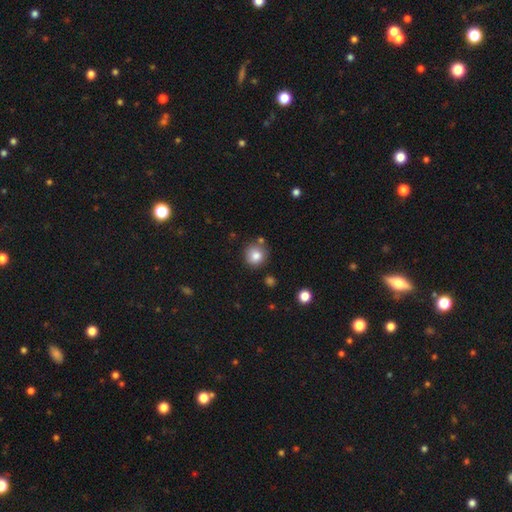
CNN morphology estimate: smooth-or-featured: smooth: 83% | star or artifact: 10% | featured or disk: 7%
  how-rounded: round: 90% | in between: 9% | cigar-shaped: 1%
  merging: none: 78% | minor disturbance: 12% | merger: 7% | major disturbance: 3%